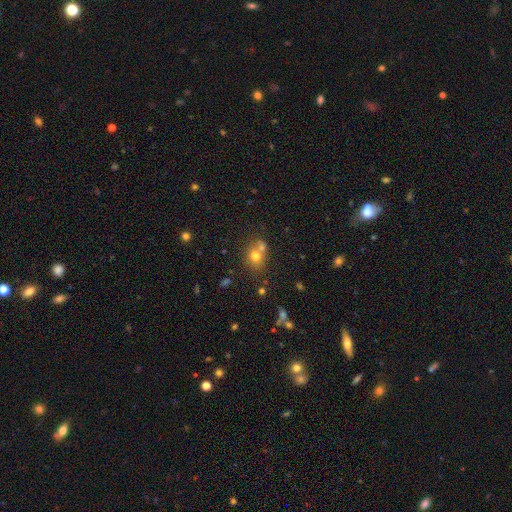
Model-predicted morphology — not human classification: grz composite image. It shows a smooth galaxy with no disk features (71%) that is round (65%). Merging: none (44%).